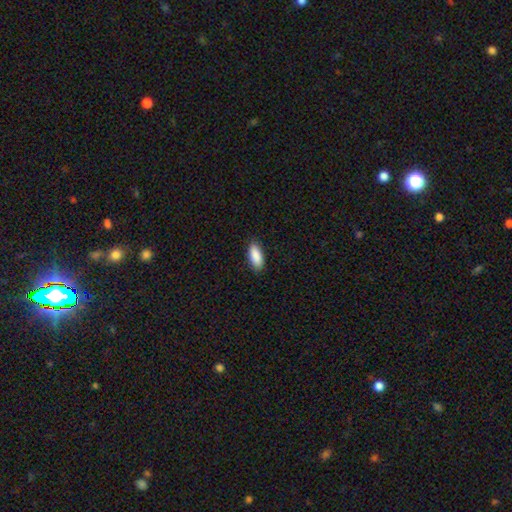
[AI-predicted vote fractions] smooth-or-featured: smooth: 90% | star or artifact: 6% | featured or disk: 4%
  how-rounded: in between: 85% | cigar-shaped: 13% | round: 2%
  merging: none: 87% | minor disturbance: 10% | major disturbance: 2% | merger: 1%